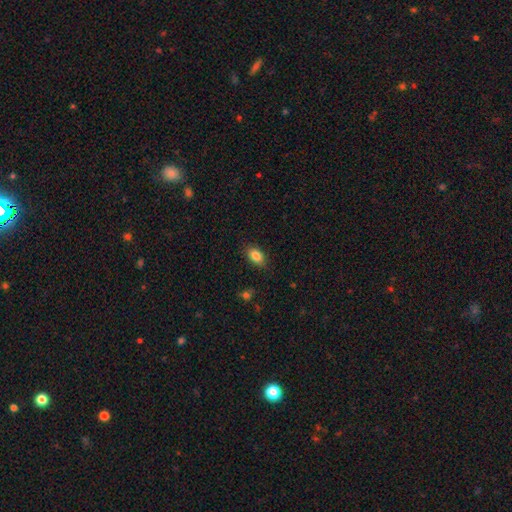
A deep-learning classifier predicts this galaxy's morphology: The model was most divided on "merging": none: 85%, minor disturbance: 11%, major disturbance: 3%, merger: 1%. More confident: how rounded — in between (87%); smooth or featured — smooth (85%).